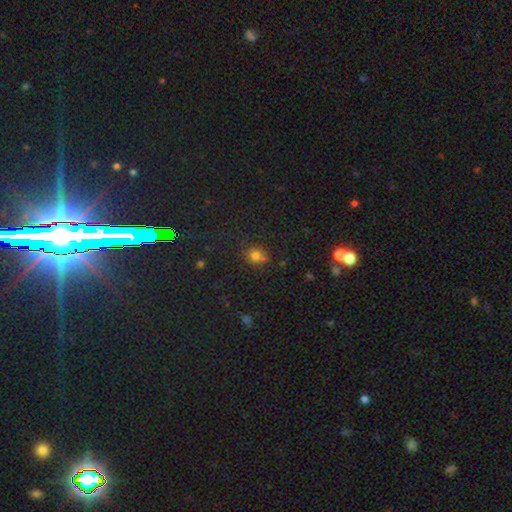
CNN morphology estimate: type=smooth (70%); roundness=round (81%); merging=none (60%).